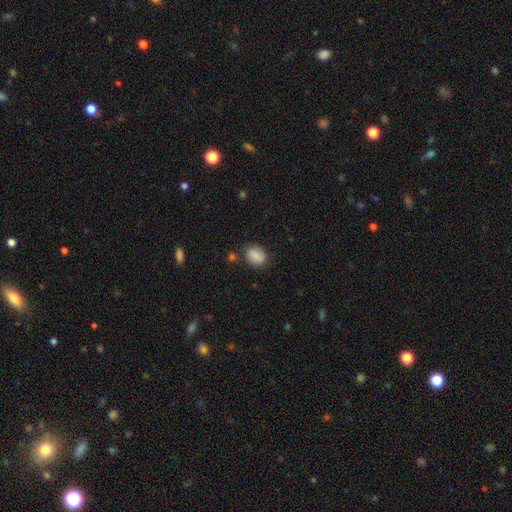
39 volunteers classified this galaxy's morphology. Smooth or featured? 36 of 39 (92%) said smooth. How rounded? 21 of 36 (58%) said round. Merging? 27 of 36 (75%) said none.